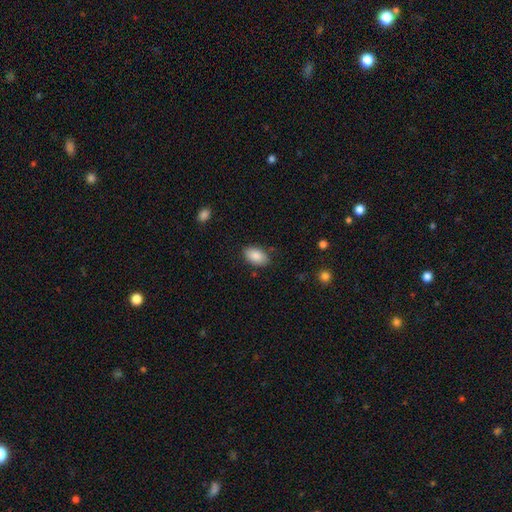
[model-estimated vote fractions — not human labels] Smooth or featured: smooth — 88% (star or artifact — 7%)
How rounded: in between — 92% (round — 6%)
Merging: none — 83% (minor disturbance — 13%)